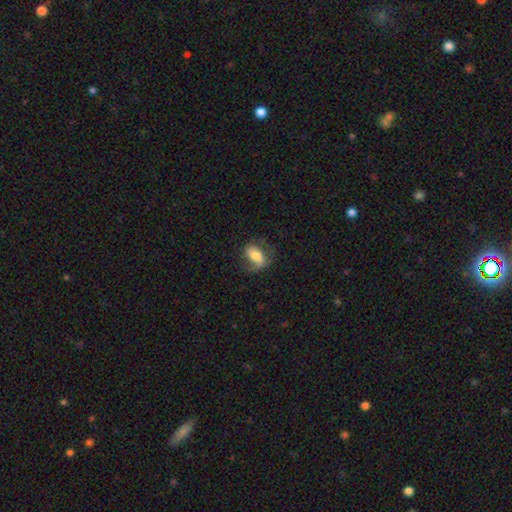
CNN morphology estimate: Smooth or featured?
  - smooth: 49% *
  - featured or disk: 43%
  - star or artifact: 8%
Merging?
  - none: 54% *
  - minor disturbance: 25%
  - major disturbance: 19%
  - merger: 2%